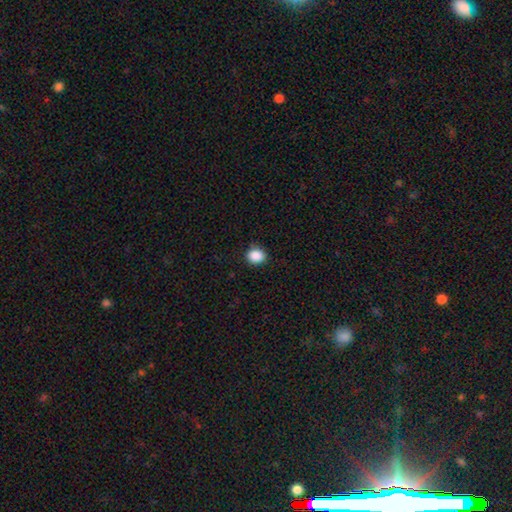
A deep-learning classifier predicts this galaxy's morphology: Smooth or featured? Predicted: smooth (p=0.88). How rounded? Predicted: round (p=0.66). Merging? Predicted: none (p=0.86).